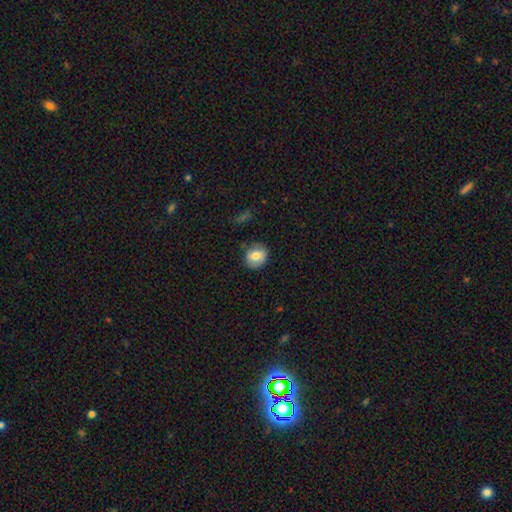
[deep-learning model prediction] smooth_or_featured: smooth (p=0.72) [alt: featured or disk p=0.20]
how_rounded: round (p=0.74) [alt: in between p=0.25]
merging: none (p=0.80) [alt: minor disturbance p=0.15]